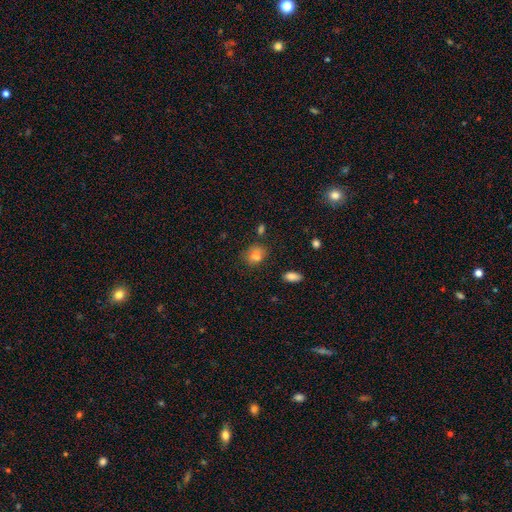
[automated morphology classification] Overall: smooth (79%). How rounded: in between (51%; round 48%). Merging: none (65%).